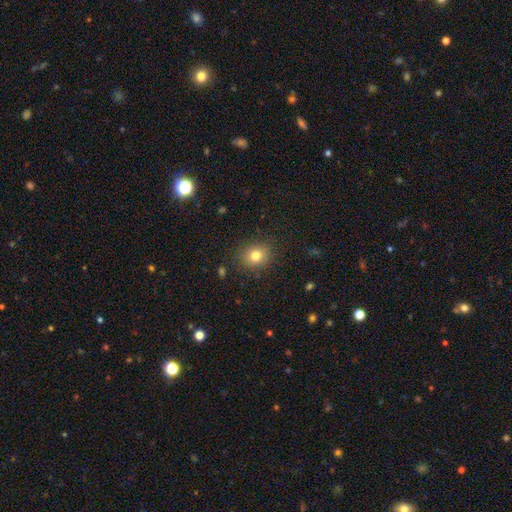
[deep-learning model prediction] A smooth galaxy with no disk features (80%) that is round (71%). Merging: none (87%).